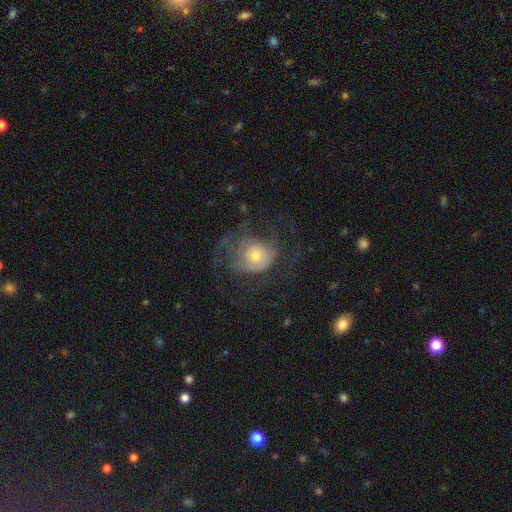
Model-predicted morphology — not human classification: smooth-or-featured: featured or disk: 58% | smooth: 33% | star or artifact: 10%
  disk-edge-on: no: 96% | yes: 4%
    bar: no: 83% | weak: 14% | strong: 3%
    has-spiral-arms: yes: 65% | no: 35%
    bulge-size: moderate: 53% | small: 37% | large: 7% | dominant: 2% | none: 2%
  merging: none: 48% | major disturbance: 33% | minor disturbance: 18% | merger: 1%